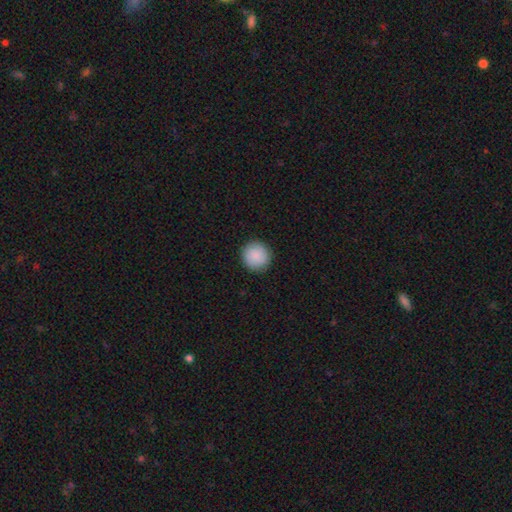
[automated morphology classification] smooth-or-featured: smooth: 90% | star or artifact: 7% | featured or disk: 3%
  how-rounded: round: 95% | in between: 4% | cigar-shaped: 1%
  merging: none: 92% | minor disturbance: 5% | major disturbance: 2% | merger: 1%